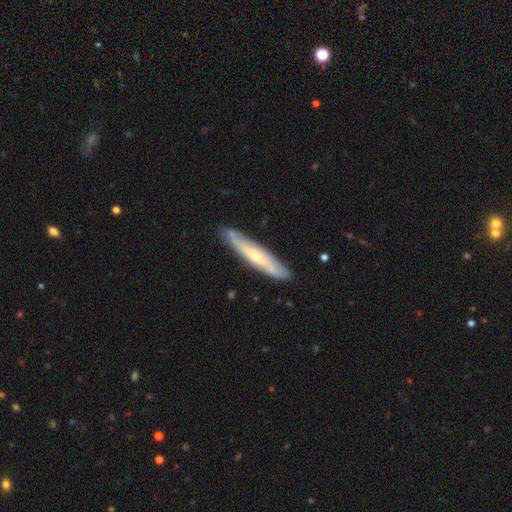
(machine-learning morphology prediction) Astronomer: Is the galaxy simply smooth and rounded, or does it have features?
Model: featured or disk — 54% (runner-up: smooth, 41%).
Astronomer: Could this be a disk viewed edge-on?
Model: yes — 70%.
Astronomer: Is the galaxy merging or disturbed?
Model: none — 81%.